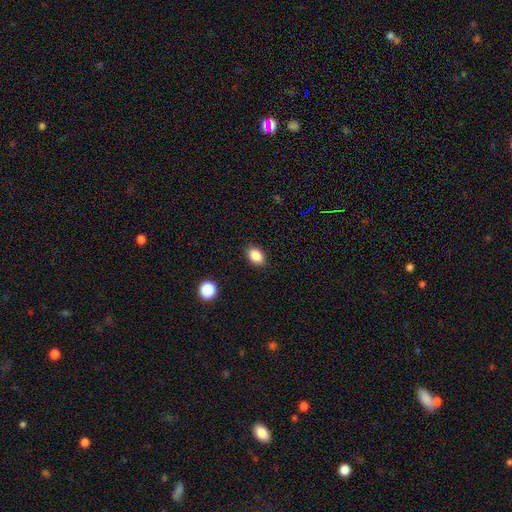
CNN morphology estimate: Smooth or featured: smooth — 87% (star or artifact — 9%)
How rounded: in between — 77% (round — 22%)
Merging: none — 88% (minor disturbance — 9%)